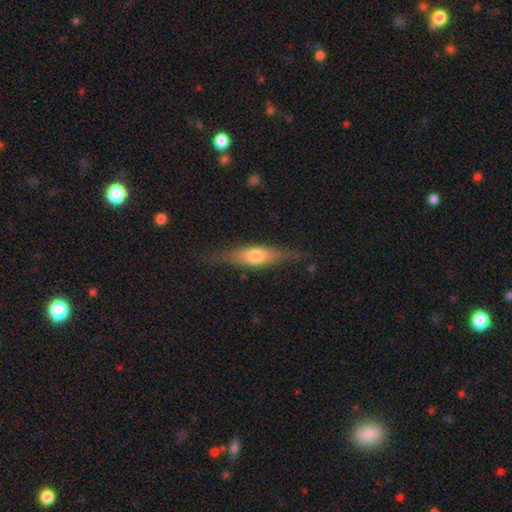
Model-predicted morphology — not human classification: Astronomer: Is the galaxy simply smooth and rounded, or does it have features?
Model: smooth — 50% (runner-up: featured or disk, 44%).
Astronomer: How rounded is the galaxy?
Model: cigar-shaped — 59% (runner-up: in between, 37%).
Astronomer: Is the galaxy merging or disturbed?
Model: none — 75%.